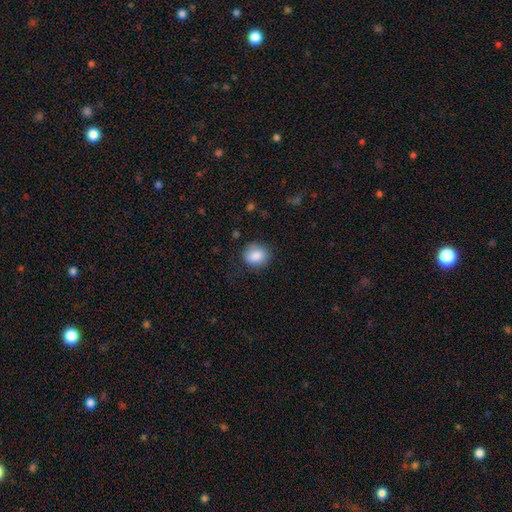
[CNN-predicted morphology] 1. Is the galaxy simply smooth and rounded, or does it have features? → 86% smooth, 8% star or artifact, 6% featured or disk.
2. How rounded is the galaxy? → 68% round, 31% in between, 1% cigar-shaped.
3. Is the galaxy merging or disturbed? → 79% none, 15% minor disturbance, 5% major disturbance, 1% merger.